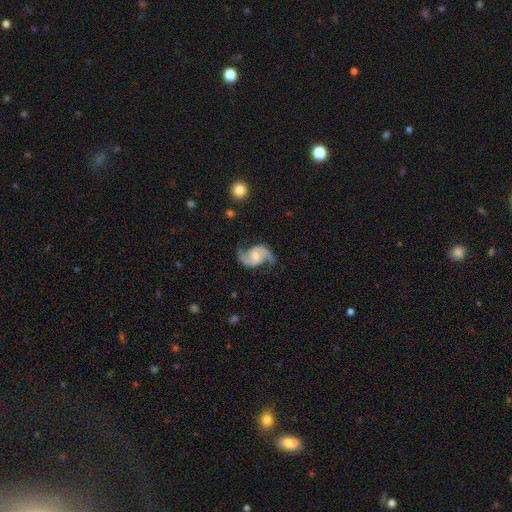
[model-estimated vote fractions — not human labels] A featured or disk galaxy (91%) with a weak bar (47%), 2 (94%) medium (46%) spiral arms (98%) and a moderate central bulge (48%).

Vote fractions:
- Smooth or featured? featured or disk: 91% / smooth: 5% / star or artifact: 4%
- Edge-on disk? no: 98% / yes: 2%
- Bar? weak: 47% / no: 37% / strong: 16%
- Spiral arms? yes: 98% / no: 2%
- Spiral winding? medium: 46% / loose: 45% / tight: 9%
- Spiral arm count? 2: 94% / can't tell: 2% / 1: 1% / 3: 1% / 4: 1% / more than 4: 1%
- Bulge size? moderate: 48% / small: 37% / none: 9% / large: 6% / dominant: 1%
- Merging? none: 77% / minor disturbance: 14% / major disturbance: 7% / merger: 2%